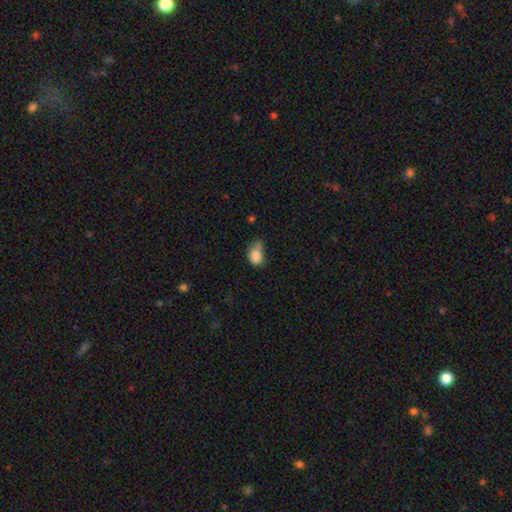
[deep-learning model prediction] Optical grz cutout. It shows a smooth galaxy with no disk features (82%) that is in between round and cigar-shaped (69%). Merging: minor disturbance (36%).